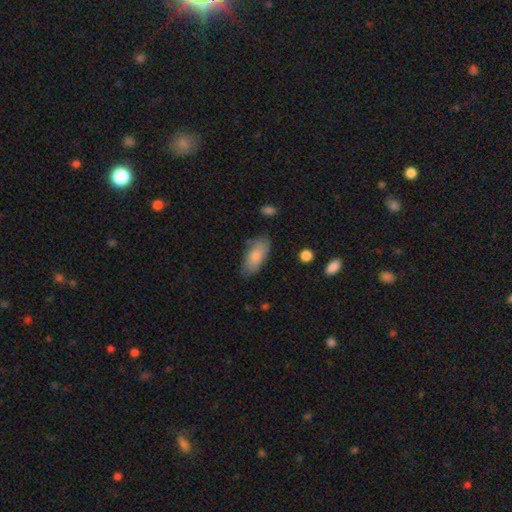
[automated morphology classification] Q: Smooth or featured?
A: smooth (79%); runner-up: featured or disk (15%)
Q: How rounded?
A: in between (90%); runner-up: cigar-shaped (8%)
Q: Merging?
A: none (71%); runner-up: minor disturbance (21%)